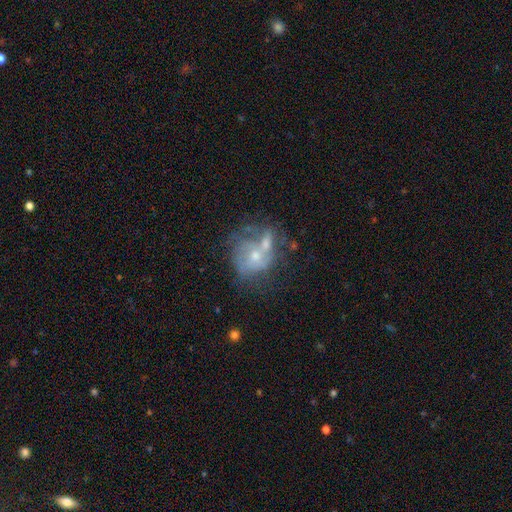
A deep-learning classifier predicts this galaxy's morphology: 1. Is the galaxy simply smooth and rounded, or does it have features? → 65% featured or disk, 24% smooth, 12% star or artifact.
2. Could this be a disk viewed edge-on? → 97% no, 3% yes.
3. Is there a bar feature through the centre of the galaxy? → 75% no, 20% weak, 4% strong.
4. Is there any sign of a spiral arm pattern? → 60% yes, 40% no.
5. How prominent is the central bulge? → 46% moderate (tied), 46% small (tied), 4% none, 2% large, 1% dominant.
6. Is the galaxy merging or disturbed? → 34% none, 33% merger, 17% major disturbance, 17% minor disturbance.